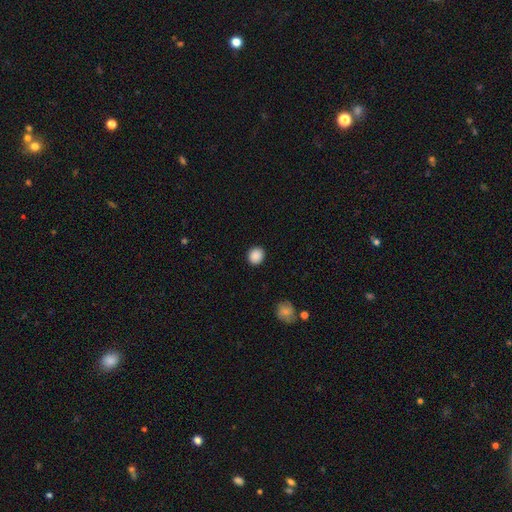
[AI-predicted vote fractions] Smooth or featured?
  - smooth: 89% *
  - star or artifact: 9%
  - featured or disk: 3%
How rounded?
  - round: 84% *
  - in between: 15%
  - cigar-shaped: 1%
Merging?
  - none: 91% *
  - minor disturbance: 5%
  - major disturbance: 2%
  - merger: 1%